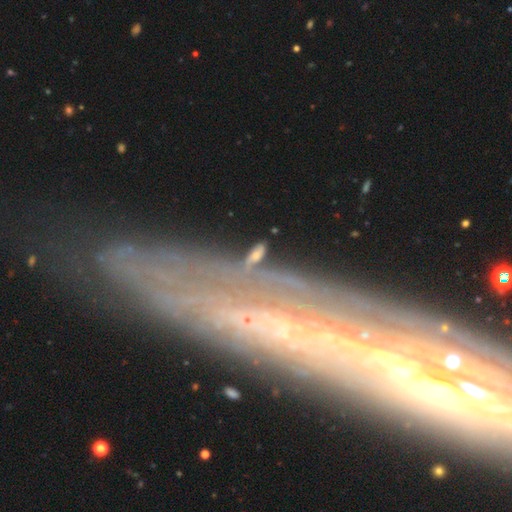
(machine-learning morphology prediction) This is possibly a featured or disk galaxy (49%). Merging: likely none (68%).